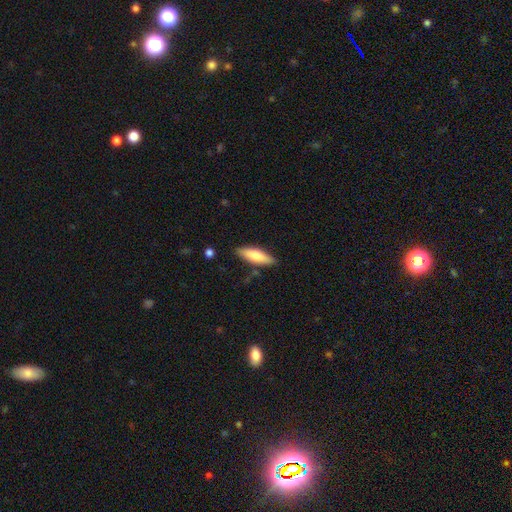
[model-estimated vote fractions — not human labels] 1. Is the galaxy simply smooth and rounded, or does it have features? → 71% smooth, 23% featured or disk, 5% star or artifact.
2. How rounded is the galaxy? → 50% cigar-shaped, 48% in between, 2% round.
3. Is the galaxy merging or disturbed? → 83% none, 12% minor disturbance, 2% major disturbance, 2% merger.